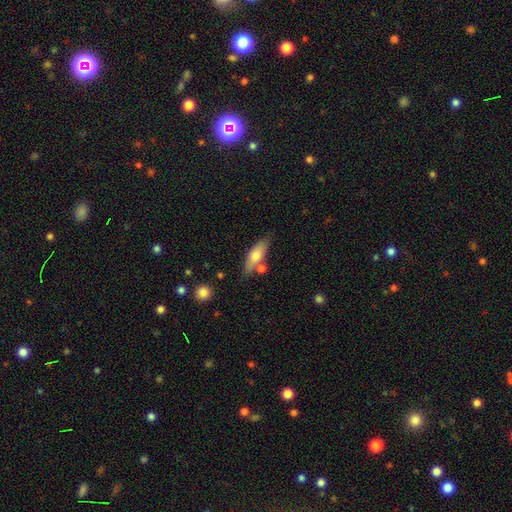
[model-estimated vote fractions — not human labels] Q: Smooth or featured?
A: smooth (63%); runner-up: featured or disk (31%)
Q: How rounded?
A: in between (58%); runner-up: cigar-shaped (39%)
Q: Merging?
A: none (69%); runner-up: minor disturbance (16%)